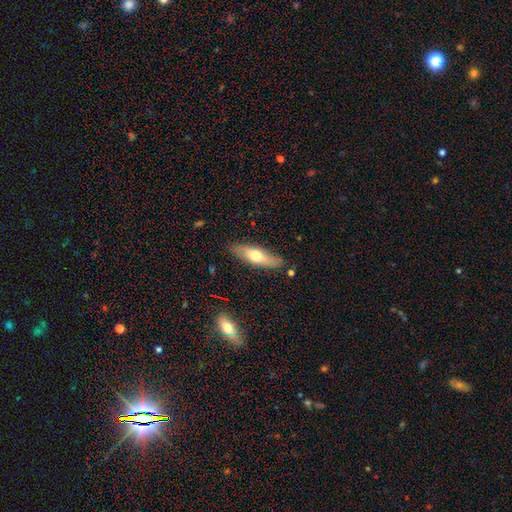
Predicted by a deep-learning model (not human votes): Morphology: type=smooth (61%); roundness=cigar-shaped (56%); merging=none (84%).